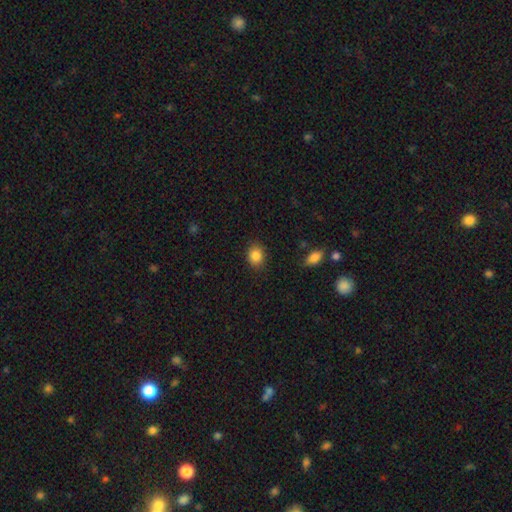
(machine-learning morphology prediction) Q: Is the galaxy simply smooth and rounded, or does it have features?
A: smooth — 85%.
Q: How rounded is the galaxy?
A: round — 60%.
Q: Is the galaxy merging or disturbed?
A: none — 86%.